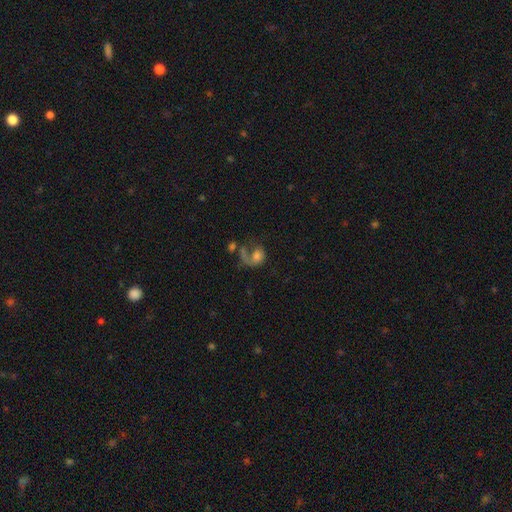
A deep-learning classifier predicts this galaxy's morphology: This is possibly a featured or disk galaxy (45%). Merging: marginally none (31%).